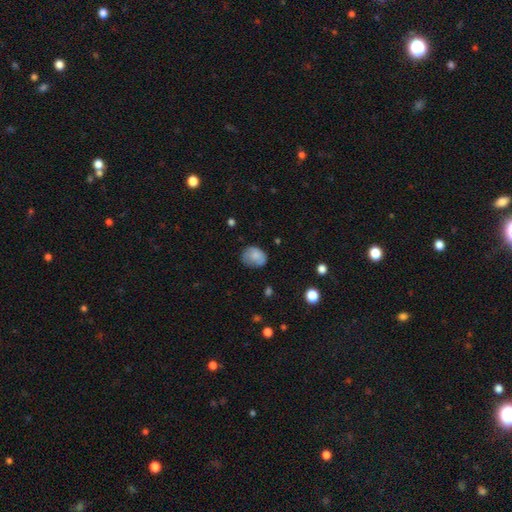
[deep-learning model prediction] This is clearly a smooth galaxy (80%). How rounded: possibly in between (59%). Merging: possibly none (58%).